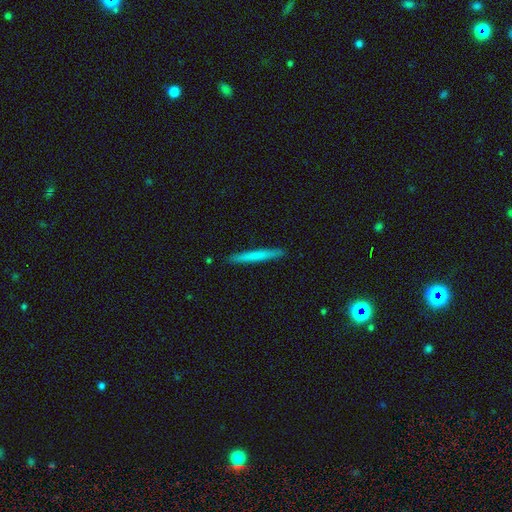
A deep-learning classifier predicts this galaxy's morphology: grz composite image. It shows a smooth galaxy with no disk features (69%) that is cigar-shaped (97%). Merging: none (92%).